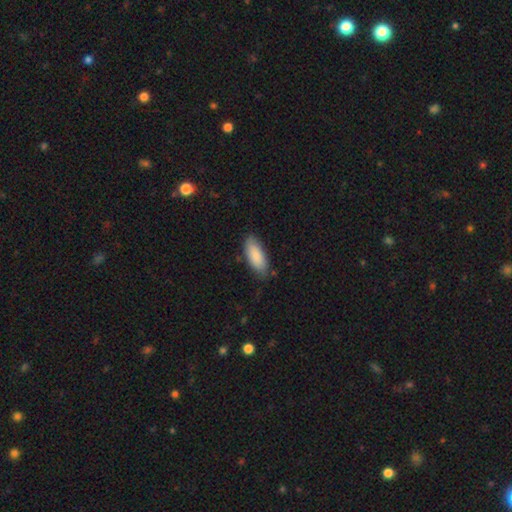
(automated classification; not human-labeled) A smooth galaxy with no disk features (87%) that is in between round and cigar-shaped (80%).

Vote fractions:
- Smooth or featured? smooth: 87% / featured or disk: 7% / star or artifact: 6%
- How rounded? in between: 80% / cigar-shaped: 18% / round: 2%
- Merging? none: 79% / minor disturbance: 17% / major disturbance: 3% / merger: 1%